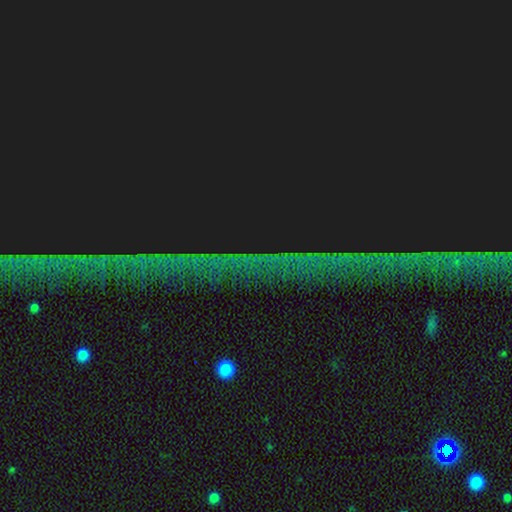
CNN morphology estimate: type=star or artifact (84%).